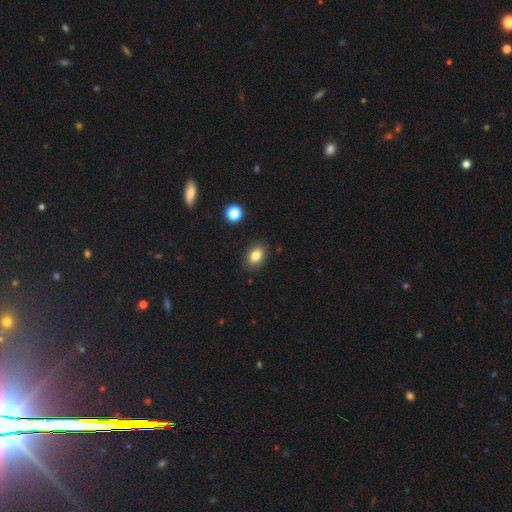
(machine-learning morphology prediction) This is clearly a smooth galaxy (82%). How rounded: likely in between (78%). Merging: clearly none (86%).